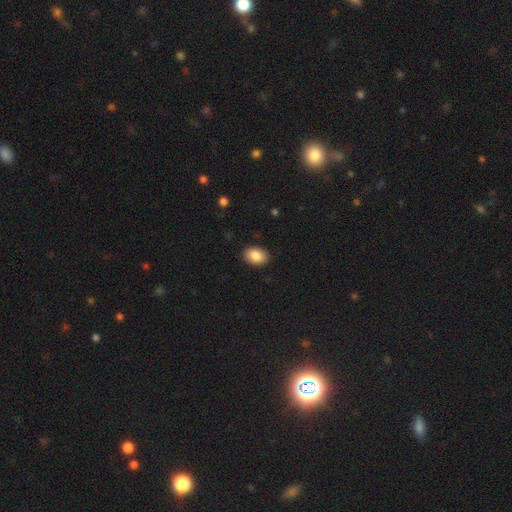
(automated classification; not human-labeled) A smooth galaxy with no disk features (87%) that is in between round and cigar-shaped (85%).

Vote fractions:
- Smooth or featured? smooth: 87% / star or artifact: 7% / featured or disk: 6%
- How rounded? in between: 85% / round: 14% / cigar-shaped: 1%
- Merging? none: 90% / minor disturbance: 7% / major disturbance: 2% / merger: 1%